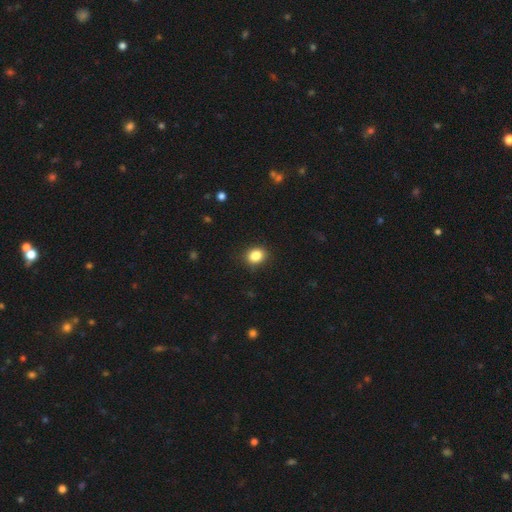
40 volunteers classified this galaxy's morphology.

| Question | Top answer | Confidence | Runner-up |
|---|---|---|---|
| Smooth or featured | smooth | 88% | star or artifact (8%) |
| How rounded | round | 66% | in between (34%) |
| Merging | none | 81% | minor disturbance (16%) |